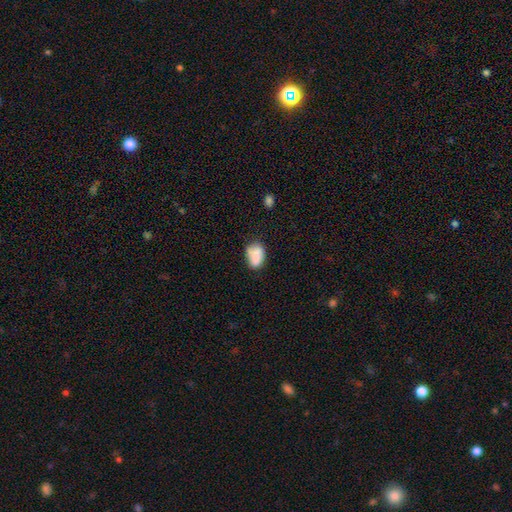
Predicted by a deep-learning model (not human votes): Morphology: type=smooth (79%); roundness=in between (82%); merging=none (53%).